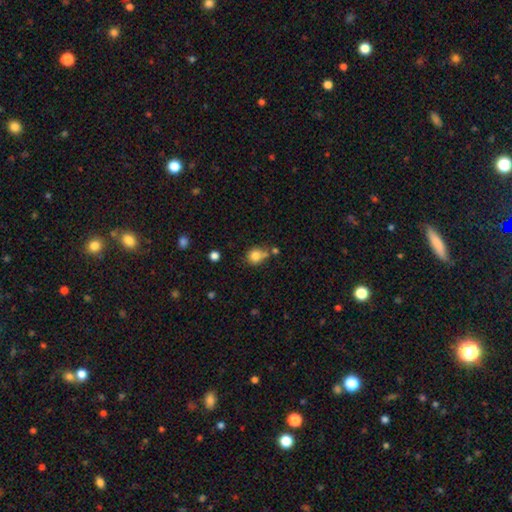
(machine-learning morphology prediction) The model was most divided on "merging": none: 57%, merger: 22%, minor disturbance: 16%, major disturbance: 5%. More confident: how rounded — round (85%); smooth or featured — smooth (82%).